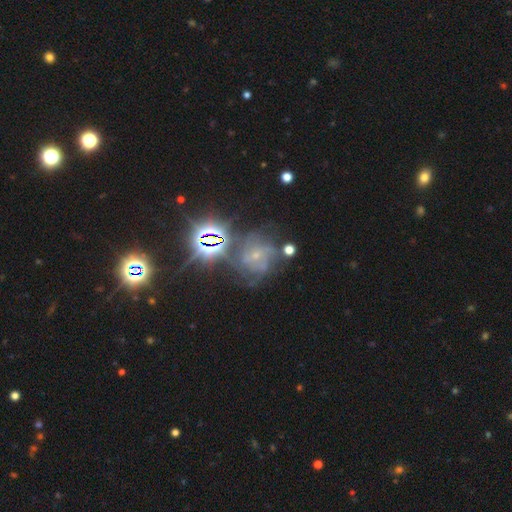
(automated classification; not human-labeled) Smooth or featured? featured or disk (49%)
Merging? none (57%)